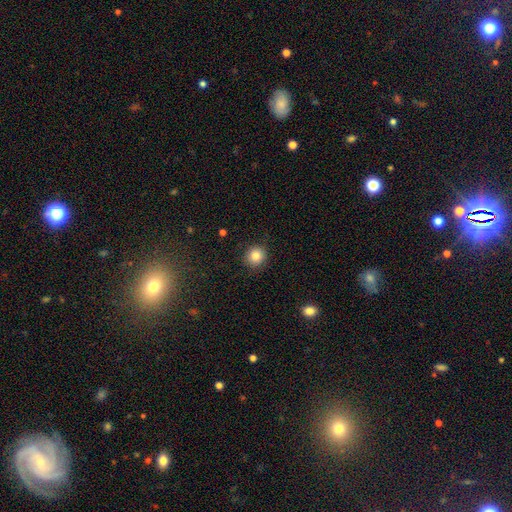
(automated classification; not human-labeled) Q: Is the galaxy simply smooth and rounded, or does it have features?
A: smooth — 84%.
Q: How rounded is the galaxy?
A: round — 92%.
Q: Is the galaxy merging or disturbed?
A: none — 89%.